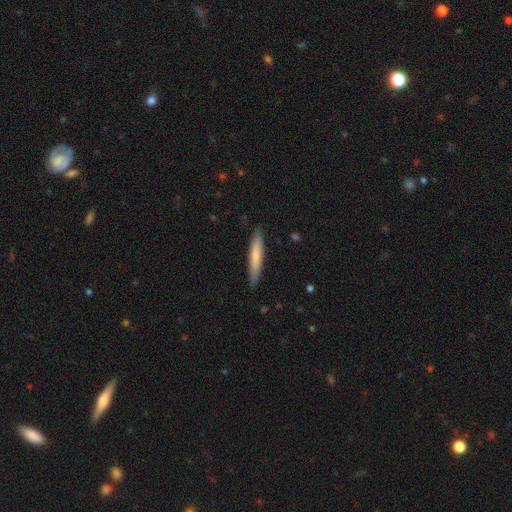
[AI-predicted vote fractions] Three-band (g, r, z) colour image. It shows a smooth galaxy with no disk features (70%) that is cigar-shaped (92%). Merging: none (88%).